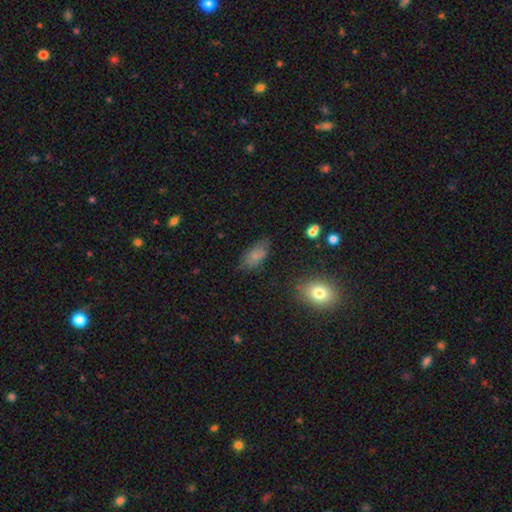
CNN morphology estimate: A smooth galaxy with no disk features (77%) that is in between round and cigar-shaped (90%).

Vote fractions:
- Smooth or featured? smooth: 77% / featured or disk: 12% / star or artifact: 11%
- How rounded? in between: 90% / cigar-shaped: 6% / round: 5%
- Merging? none: 70% / minor disturbance: 21% / major disturbance: 6% / merger: 3%